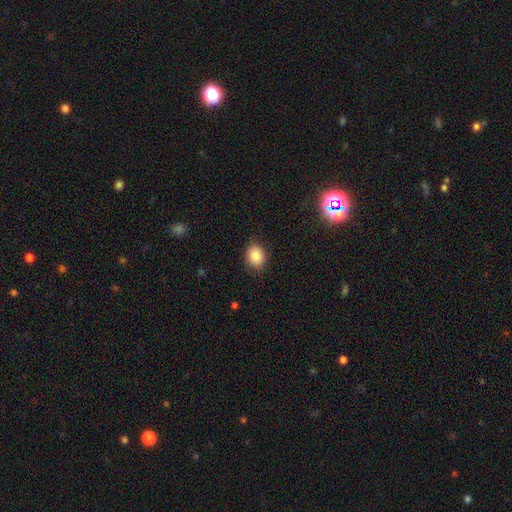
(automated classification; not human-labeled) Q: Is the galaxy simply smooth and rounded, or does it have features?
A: smooth — 85%.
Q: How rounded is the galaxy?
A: round — 54%.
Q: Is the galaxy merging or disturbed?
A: none — 83%.